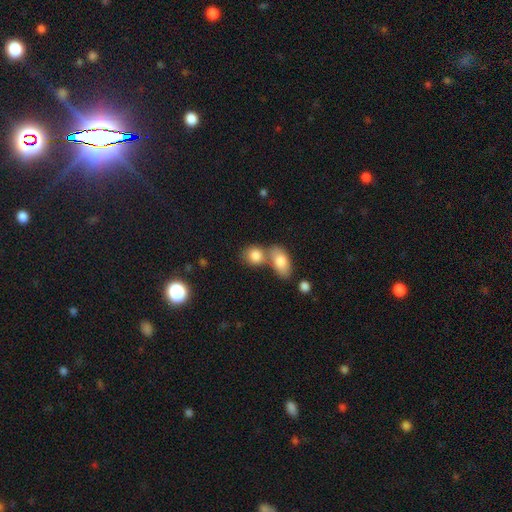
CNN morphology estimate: Smooth or featured? Predicted: smooth (p=0.83). How rounded? Predicted: in between (p=0.52). Merging? Predicted: merger (p=0.49).